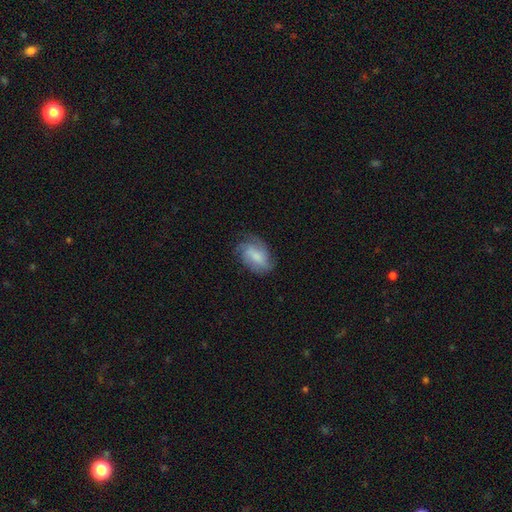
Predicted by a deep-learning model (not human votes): Q: Smooth or featured?
A: featured or disk (52%); runner-up: smooth (40%)
Q: Edge-on disk?
A: no (96%); runner-up: yes (4%)
Q: Merging?
A: none (63%); runner-up: minor disturbance (24%)